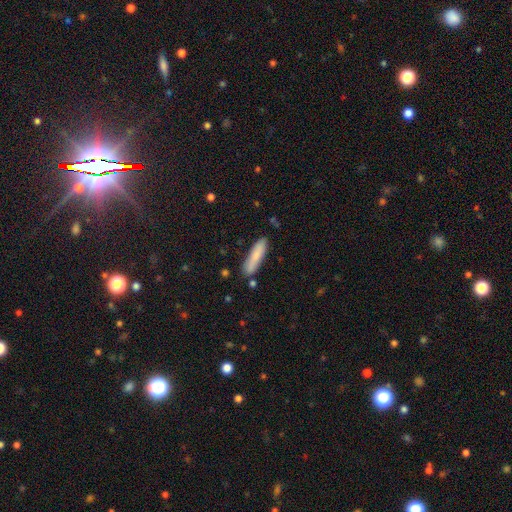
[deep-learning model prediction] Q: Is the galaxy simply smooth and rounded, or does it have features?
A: smooth — 81%.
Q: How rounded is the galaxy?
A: cigar-shaped — 79%.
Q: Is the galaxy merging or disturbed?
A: none — 82%.